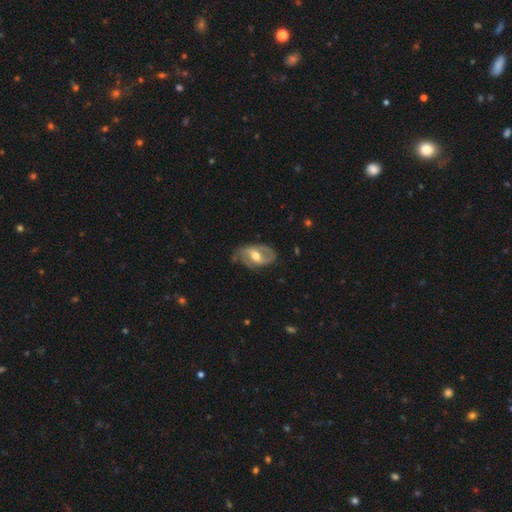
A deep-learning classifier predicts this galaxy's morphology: Q: Smooth or featured?
A: featured or disk (81%); runner-up: smooth (14%)
Q: Edge-on disk?
A: no (96%); runner-up: yes (4%)
Q: Bar?
A: weak (46%); runner-up: strong (30%)
Q: Spiral arms?
A: yes (90%); runner-up: no (10%)
Q: Spiral winding?
A: medium (48%); runner-up: loose (28%)
Q: Spiral arm count?
A: 2 (85%); runner-up: can't tell (7%)
Q: Bulge size?
A: moderate (74%); runner-up: small (16%)
Q: Merging?
A: none (71%); runner-up: minor disturbance (20%)